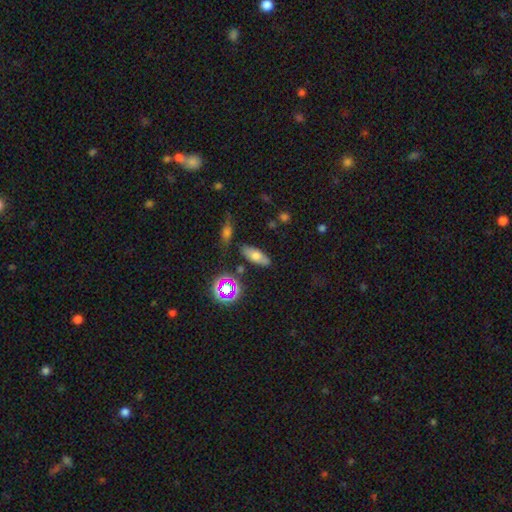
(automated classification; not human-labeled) Smooth or featured? Predicted: smooth (p=0.65). How rounded? Predicted: in between (p=0.78). Merging? Predicted: none (p=0.77).